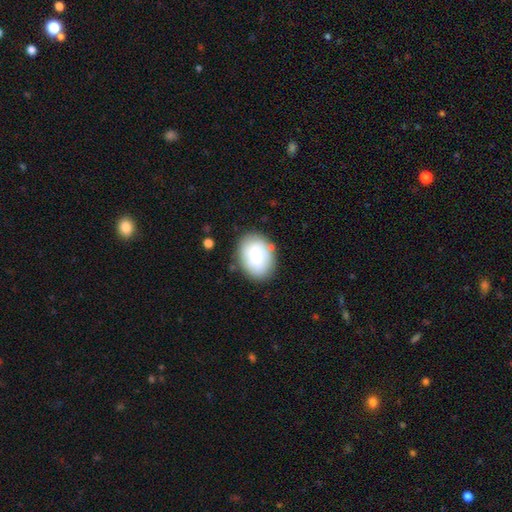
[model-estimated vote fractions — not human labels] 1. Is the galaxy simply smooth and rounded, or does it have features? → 69% smooth, 24% featured or disk, 7% star or artifact.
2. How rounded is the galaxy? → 65% in between, 34% round, 1% cigar-shaped.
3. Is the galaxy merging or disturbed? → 77% none, 15% minor disturbance, 4% major disturbance, 4% merger.